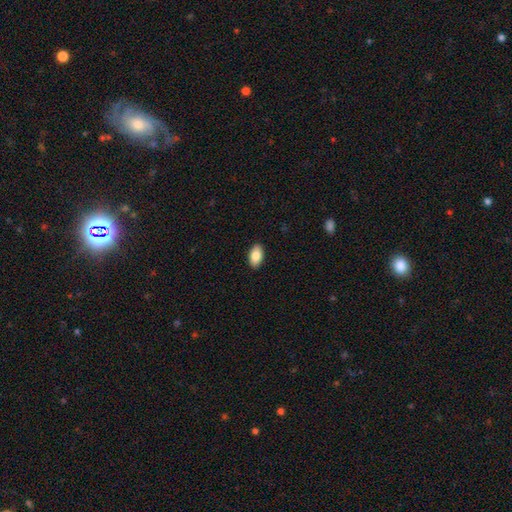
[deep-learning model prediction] A smooth galaxy with no disk features (86%) that is in between round and cigar-shaped (94%). Merging: none (90%).